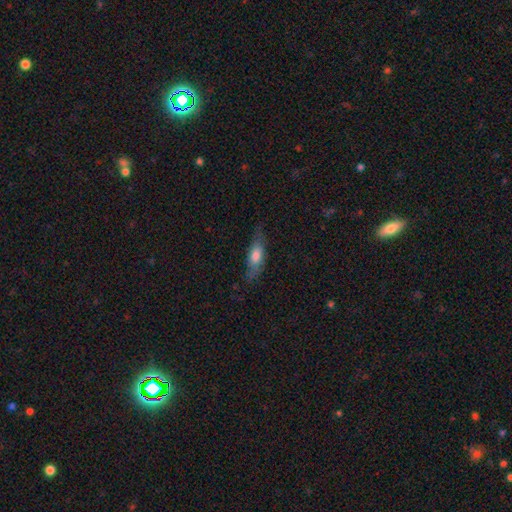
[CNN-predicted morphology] smooth-or-featured: smooth: 66% | featured or disk: 28% | star or artifact: 7%
  how-rounded: in between: 62% | cigar-shaped: 35% | round: 3%
  merging: none: 67% | minor disturbance: 23% | major disturbance: 8% | merger: 1%